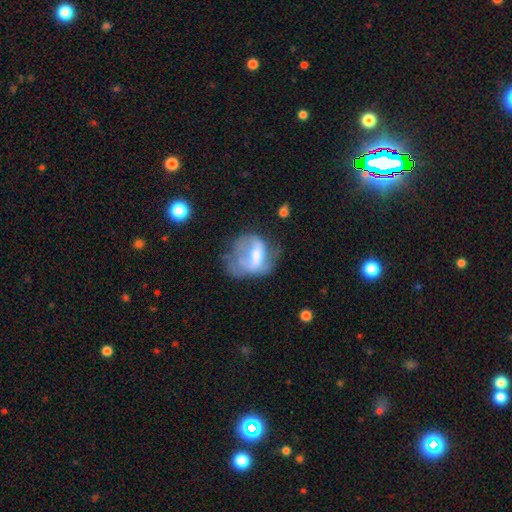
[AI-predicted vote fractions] This appears to be a featured or disk galaxy (50%). Merging: major disturbance (40%).